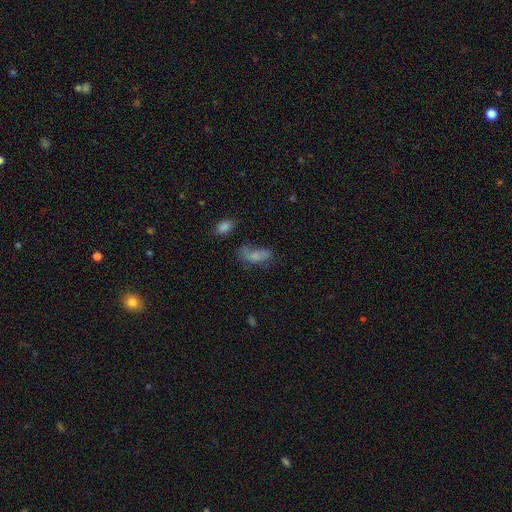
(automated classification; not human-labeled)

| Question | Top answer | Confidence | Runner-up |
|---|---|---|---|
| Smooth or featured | smooth | 68% | featured or disk (20%) |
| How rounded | in between | 84% | cigar-shaped (12%) |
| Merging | none | 38% | minor disturbance (27%) |